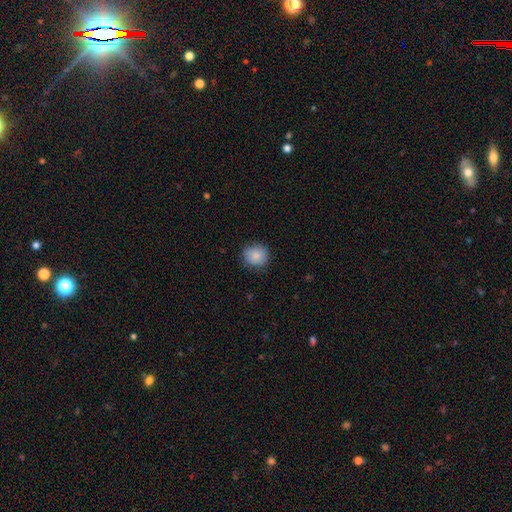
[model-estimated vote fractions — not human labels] smooth 85%, star or artifact 8%, featured or disk 7%. Down the decision tree: how rounded — round (83%); merging — none (83%).